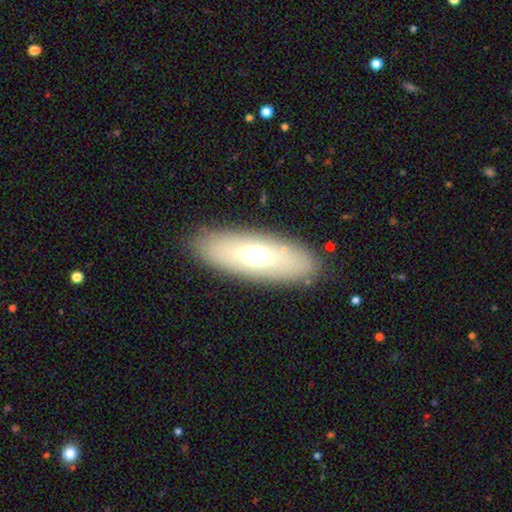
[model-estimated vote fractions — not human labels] Smooth or featured? smooth (55%)
How rounded? in between (73%)
Merging? none (84%)